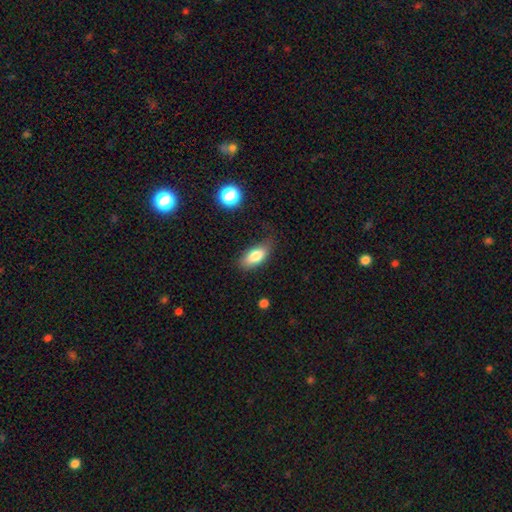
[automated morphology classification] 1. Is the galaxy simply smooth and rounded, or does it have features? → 81% smooth, 12% featured or disk, 8% star or artifact.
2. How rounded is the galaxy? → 87% in between, 10% cigar-shaped, 4% round.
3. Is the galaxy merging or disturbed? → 68% none, 24% minor disturbance, 6% major disturbance, 2% merger.